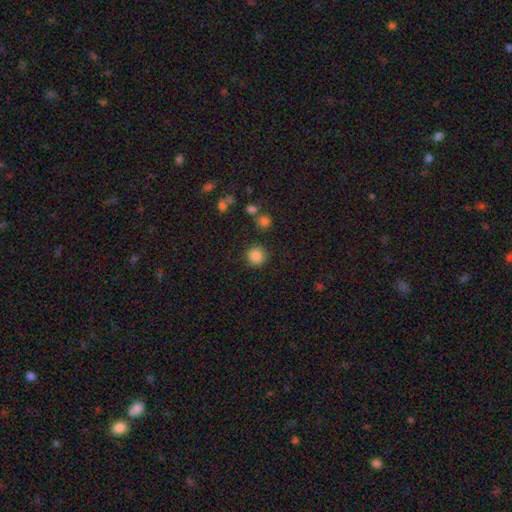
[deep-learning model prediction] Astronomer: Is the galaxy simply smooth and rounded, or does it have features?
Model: smooth — 86%.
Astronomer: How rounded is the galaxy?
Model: round — 94%.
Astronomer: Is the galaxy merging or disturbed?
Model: none — 88%.